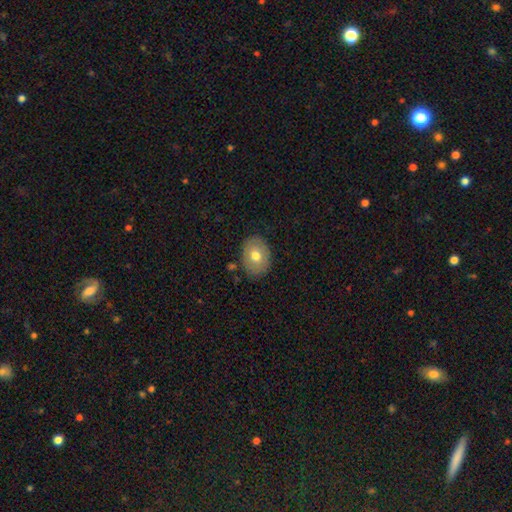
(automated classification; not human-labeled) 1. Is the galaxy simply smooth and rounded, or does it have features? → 69% smooth, 24% featured or disk, 7% star or artifact.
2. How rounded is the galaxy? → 66% in between, 33% round, 1% cigar-shaped.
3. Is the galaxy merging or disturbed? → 84% none, 12% minor disturbance, 3% major disturbance, 2% merger.